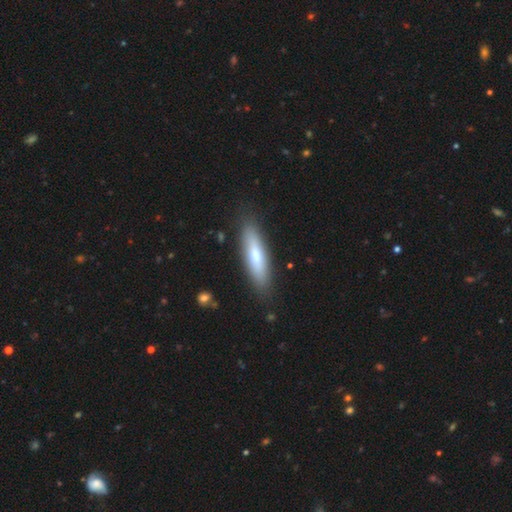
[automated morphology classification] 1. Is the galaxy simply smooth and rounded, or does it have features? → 69% smooth, 25% featured or disk, 6% star or artifact.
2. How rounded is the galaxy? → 61% cigar-shaped, 37% in between, 2% round.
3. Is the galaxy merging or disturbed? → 85% none, 11% minor disturbance, 3% major disturbance, 1% merger.